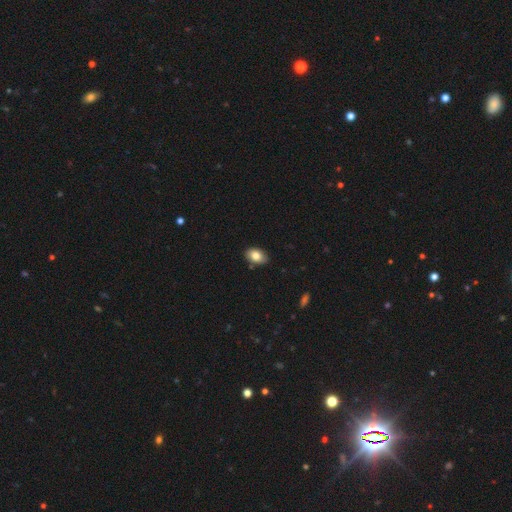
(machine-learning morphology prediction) Smooth or featured? smooth (81%)
How rounded? in between (88%)
Merging? none (86%)